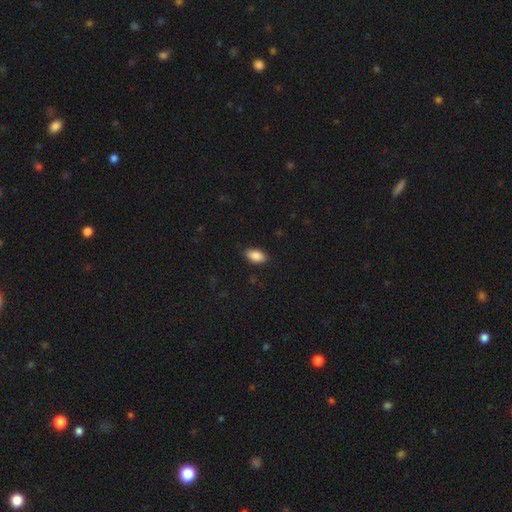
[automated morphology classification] type=smooth (89%); roundness=in between (93%); merging=none (86%).